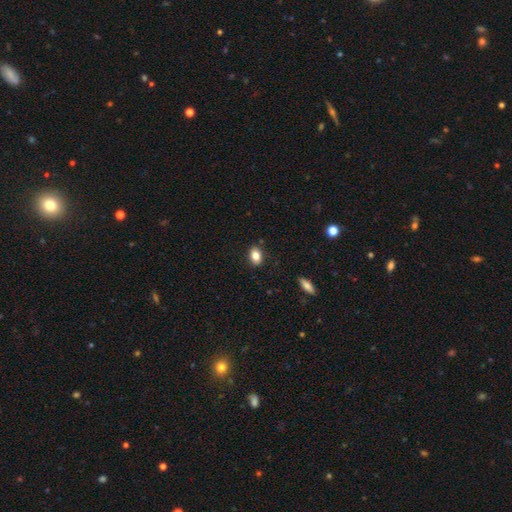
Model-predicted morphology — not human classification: smooth-or-featured: smooth: 83% | star or artifact: 9% | featured or disk: 8%
  how-rounded: in between: 76% | round: 23% | cigar-shaped: 2%
  merging: none: 87% | minor disturbance: 10% | major disturbance: 2% | merger: 2%